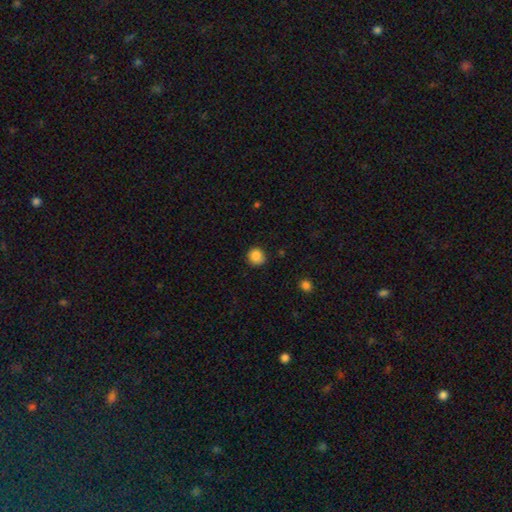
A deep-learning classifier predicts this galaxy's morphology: Overall: smooth (85%). How rounded: round (91%). Merging: none (80%).